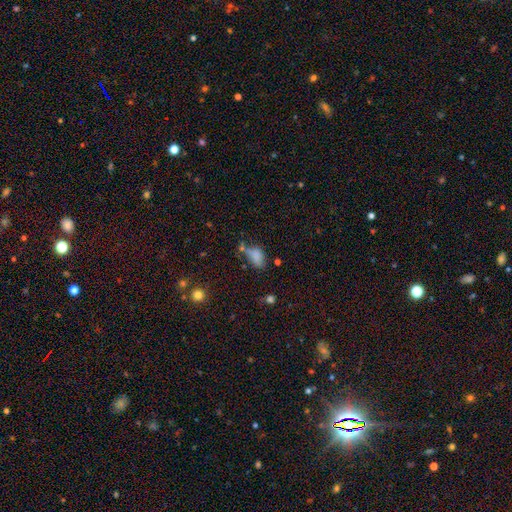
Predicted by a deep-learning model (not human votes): Morphology: type=smooth (76%); roundness=in between (87%); merging=none (35%).